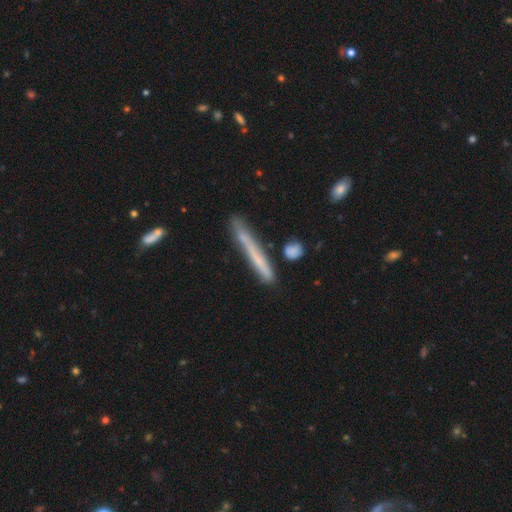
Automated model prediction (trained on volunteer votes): smooth_or_featured: smooth (p=0.53) [alt: featured or disk p=0.39]
how_rounded: cigar-shaped (p=0.96) [alt: in between p=0.02]
merging: none (p=0.74) [alt: minor disturbance p=0.17]